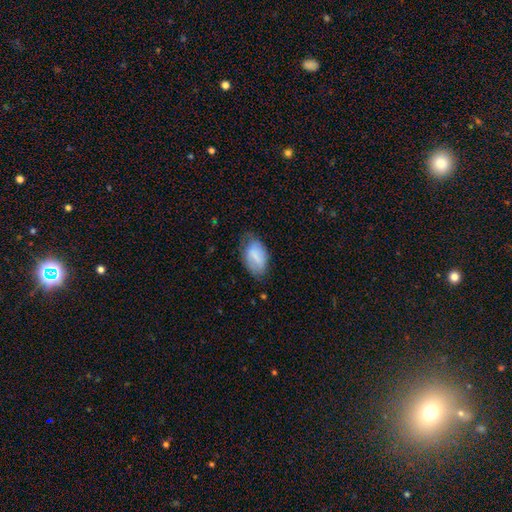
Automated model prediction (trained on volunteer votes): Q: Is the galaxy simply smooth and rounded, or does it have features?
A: smooth — 75%.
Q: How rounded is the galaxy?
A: in between — 93%.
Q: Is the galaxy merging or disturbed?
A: none — 61%.